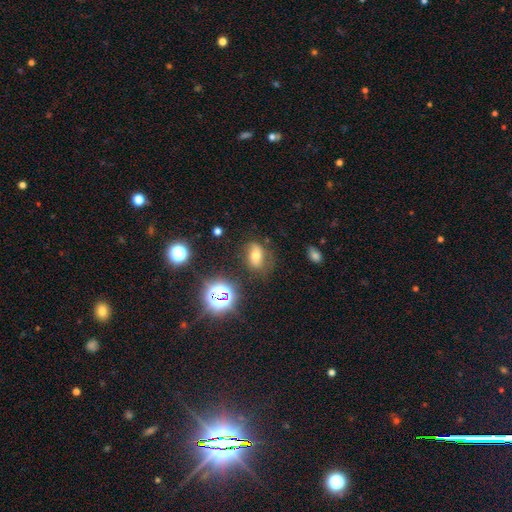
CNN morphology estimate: smooth_or_featured: smooth (p=0.55) [alt: featured or disk p=0.22]
how_rounded: in between (p=0.78) [alt: round p=0.19]
merging: none (p=0.68) [alt: minor disturbance p=0.20]